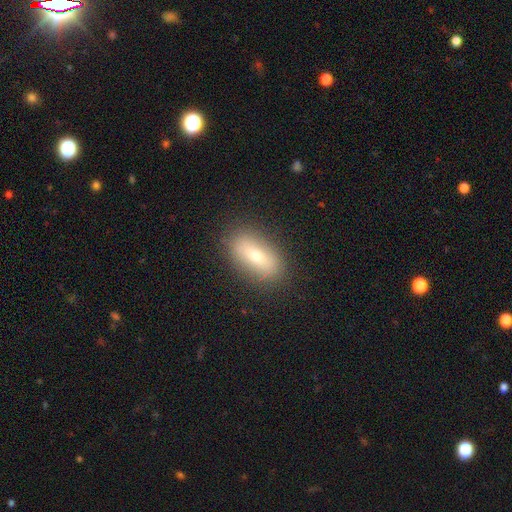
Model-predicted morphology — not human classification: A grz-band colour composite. It shows a smooth galaxy with no disk features (72%) that is in between round and cigar-shaped (83%). Merging: none (86%).